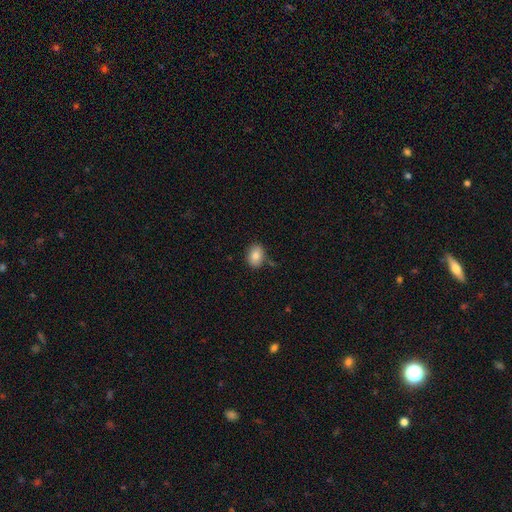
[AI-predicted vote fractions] A smooth galaxy with no disk features (84%) that is in between round and cigar-shaped (71%).

Vote fractions:
- Smooth or featured? smooth: 84% / star or artifact: 8% / featured or disk: 8%
- How rounded? in between: 71% / round: 28% / cigar-shaped: 1%
- Merging? none: 80% / minor disturbance: 13% / merger: 4% / major disturbance: 3%